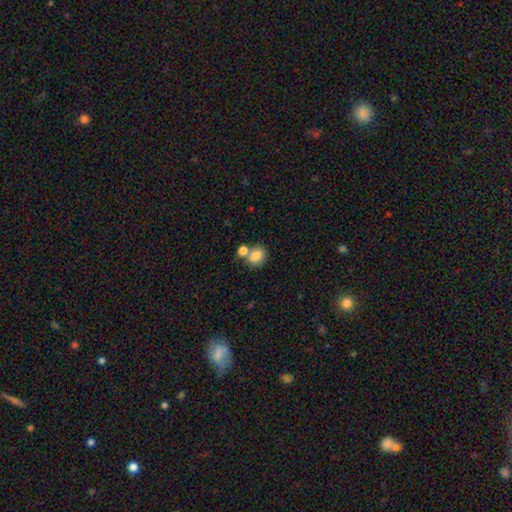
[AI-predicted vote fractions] Smooth or featured? smooth (82%)
How rounded? in between (50%)
Merging? none (50%)